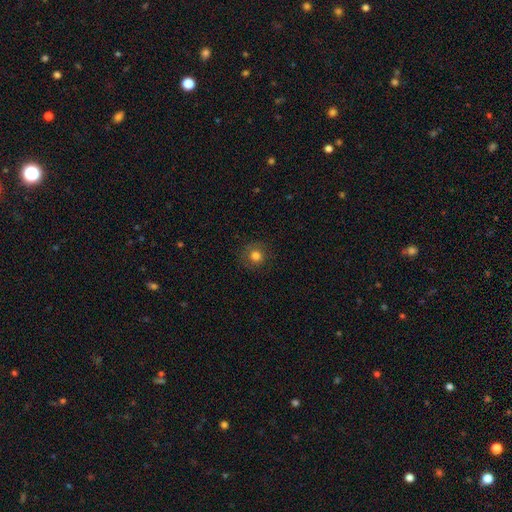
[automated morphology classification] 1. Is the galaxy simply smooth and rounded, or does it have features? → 79% smooth, 12% star or artifact, 9% featured or disk.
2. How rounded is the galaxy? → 91% round, 8% in between, 1% cigar-shaped.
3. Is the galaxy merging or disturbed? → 85% none, 10% minor disturbance, 4% major disturbance, 1% merger.